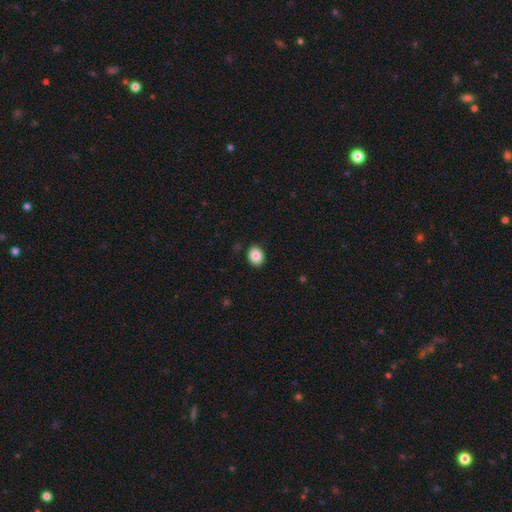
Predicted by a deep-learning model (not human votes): This appears to be a smooth galaxy with no disk features (86%) that is in between round and cigar-shaped (51%). Merging: none (89%).